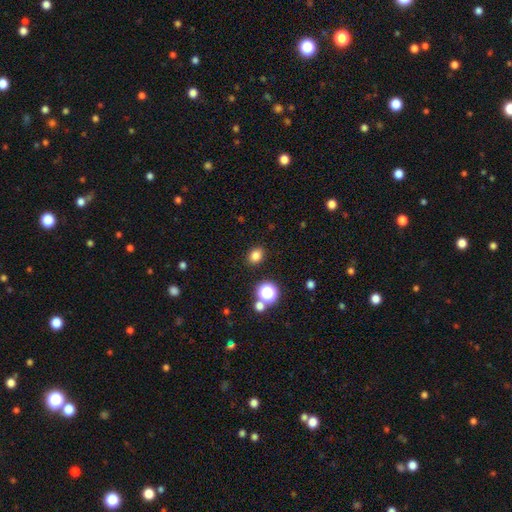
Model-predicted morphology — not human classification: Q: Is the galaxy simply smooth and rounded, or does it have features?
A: smooth — 81%.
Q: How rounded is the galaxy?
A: in between — 57%.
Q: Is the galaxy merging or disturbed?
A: none — 87%.